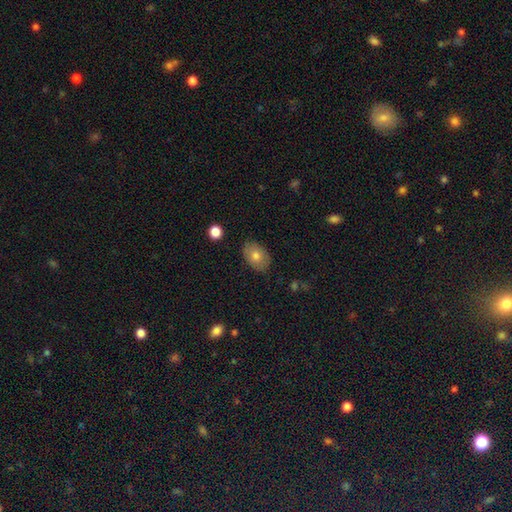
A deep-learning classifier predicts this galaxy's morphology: Overall: smooth (74%). How rounded: in between (84%). Merging: none (84%).